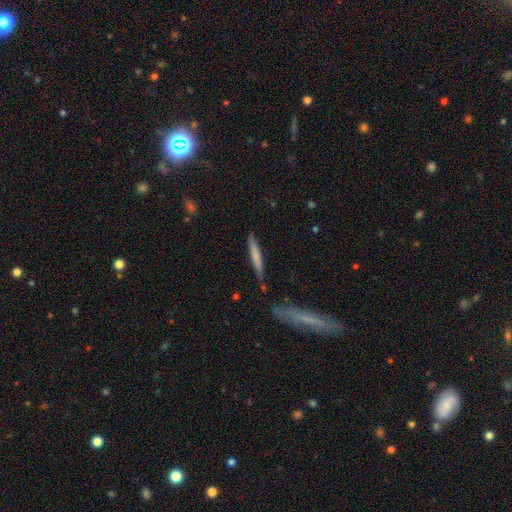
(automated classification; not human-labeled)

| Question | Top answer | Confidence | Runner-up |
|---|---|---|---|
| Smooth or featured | smooth | 66% | featured or disk (28%) |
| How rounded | cigar-shaped | 95% | in between (4%) |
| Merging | none | 82% | minor disturbance (12%) |